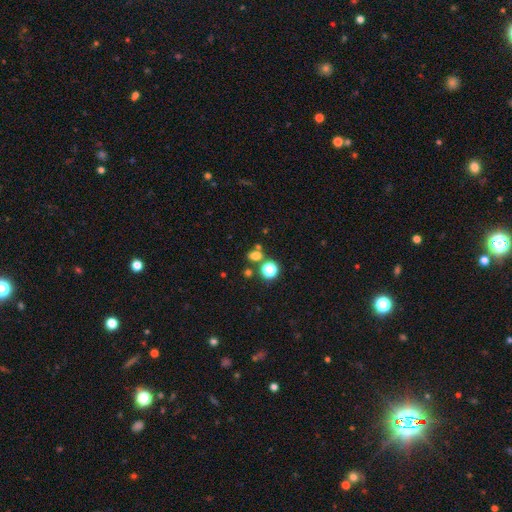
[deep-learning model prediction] smooth-or-featured: smooth: 66% | star or artifact: 26% | featured or disk: 7%
  how-rounded: round: 53% | in between: 45% | cigar-shaped: 2%
  merging: none: 66% | merger: 21% | minor disturbance: 10% | major disturbance: 4%